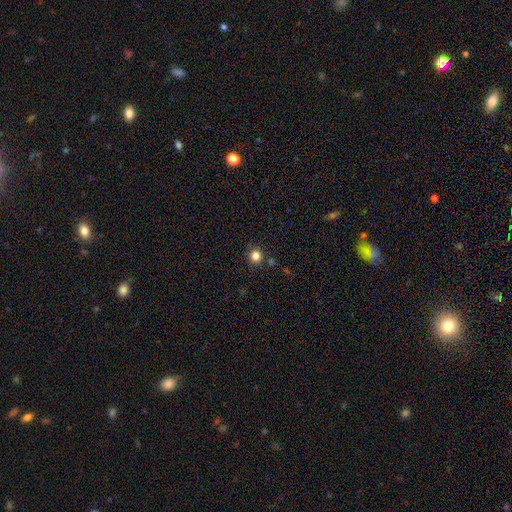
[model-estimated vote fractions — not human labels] This appears to be a smooth galaxy with no disk features (81%) that is round (90%). Merging: none (86%).